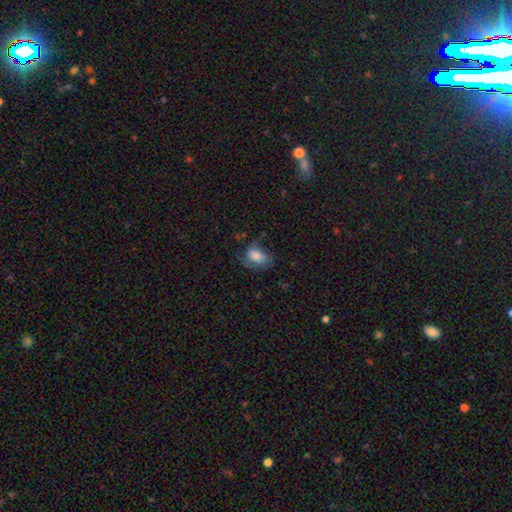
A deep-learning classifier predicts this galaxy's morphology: Smooth or featured? smooth (64%)
How rounded? in between (85%)
Merging? none (43%)